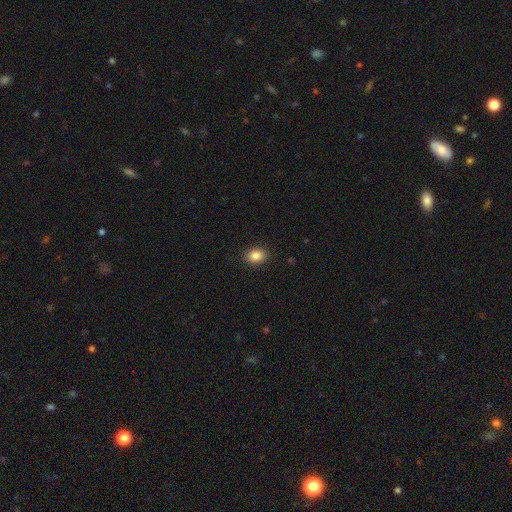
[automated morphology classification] A smooth galaxy with no disk features (86%) that is in between round and cigar-shaped (68%).

Vote fractions:
- Smooth or featured? smooth: 86% / star or artifact: 9% / featured or disk: 5%
- How rounded? in between: 68% / round: 31% / cigar-shaped: 1%
- Merging? none: 90% / minor disturbance: 7% / major disturbance: 2% / merger: 1%